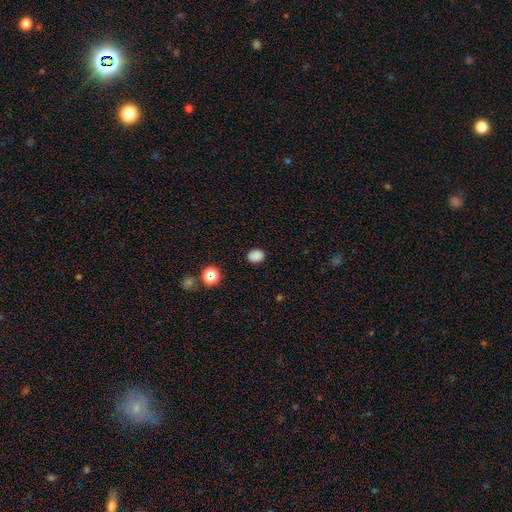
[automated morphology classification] smooth 83%, star or artifact 13%, featured or disk 4%. Down the decision tree: how rounded — in between (53%); merging — none (86%).